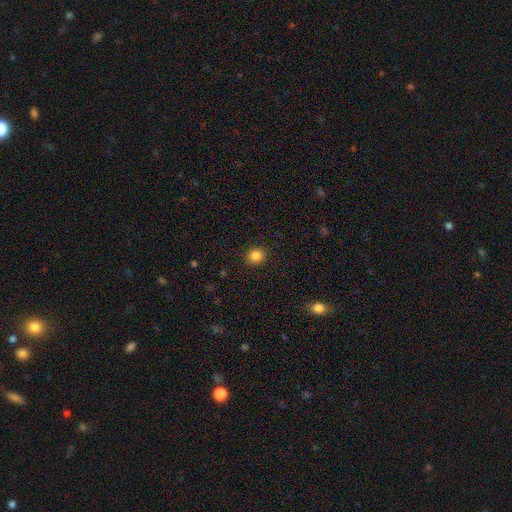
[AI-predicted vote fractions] The model was most divided on "how rounded": round: 85%, in between: 14%, cigar-shaped: 1%. More confident: merging — none (91%); smooth or featured — smooth (85%).